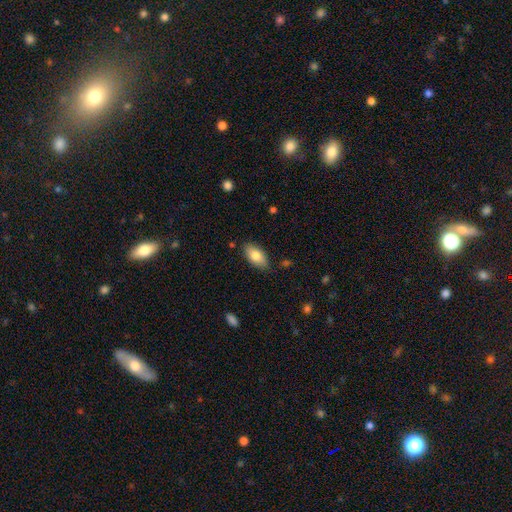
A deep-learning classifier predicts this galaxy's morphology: type=smooth (81%); roundness=in between (93%); merging=none (84%).